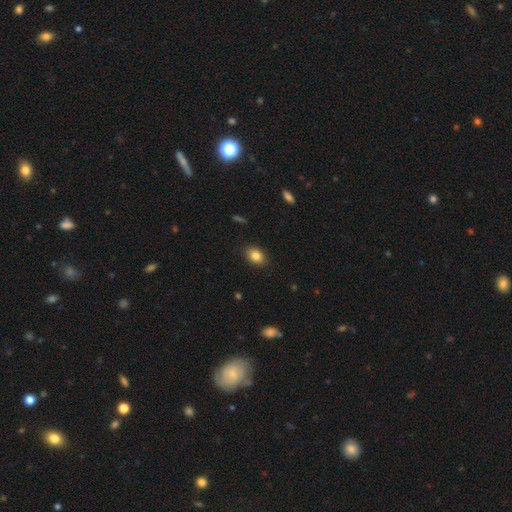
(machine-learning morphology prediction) The model was most divided on "how rounded": in between: 77%, round: 22%, cigar-shaped: 1%. More confident: merging — none (87%); smooth or featured — smooth (84%).